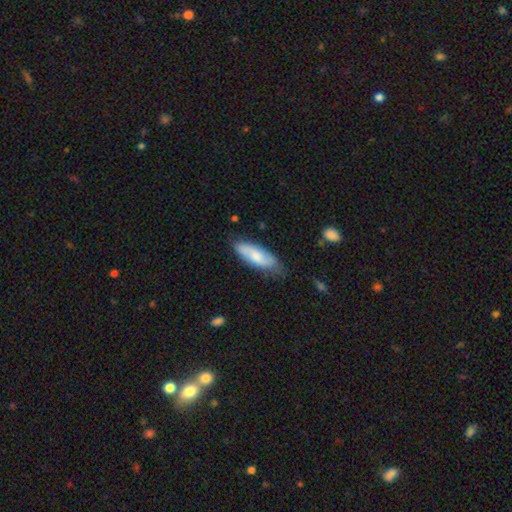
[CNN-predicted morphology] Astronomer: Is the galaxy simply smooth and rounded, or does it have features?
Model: smooth — 64%.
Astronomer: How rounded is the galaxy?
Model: in between — 64%.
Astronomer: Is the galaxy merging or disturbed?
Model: none — 70%.